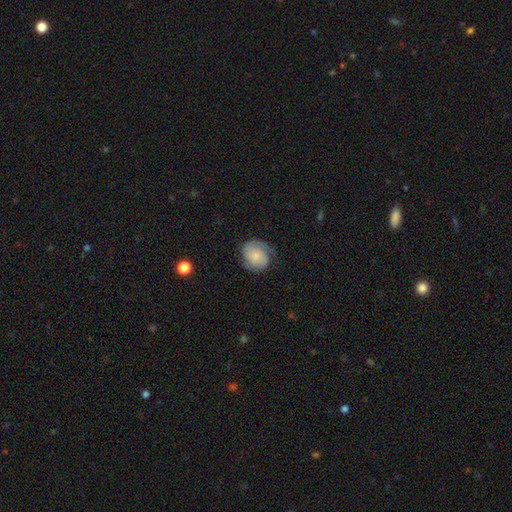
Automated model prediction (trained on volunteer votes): A featured or disk galaxy (61%) with no bar (75%), 2 (67%) tight (51%) spiral arms (92%) and a small central bulge (59%).

Vote fractions:
- Smooth or featured? featured or disk: 61% / smooth: 32% / star or artifact: 7%
- Edge-on disk? no: 98% / yes: 2%
- Bar? no: 75% / weak: 21% / strong: 4%
- Spiral arms? yes: 92% / no: 8%
- Spiral winding? tight: 51% / medium: 35% / loose: 14%
- Spiral arm count? 2: 67% / 1: 16% / can't tell: 11% / 3: 4% / 4: 1% / more than 4: 1%
- Bulge size? small: 59% / moderate: 25% / none: 11% / large: 4% / dominant: 2%
- Merging? none: 68% / minor disturbance: 21% / major disturbance: 10% / merger: 1%